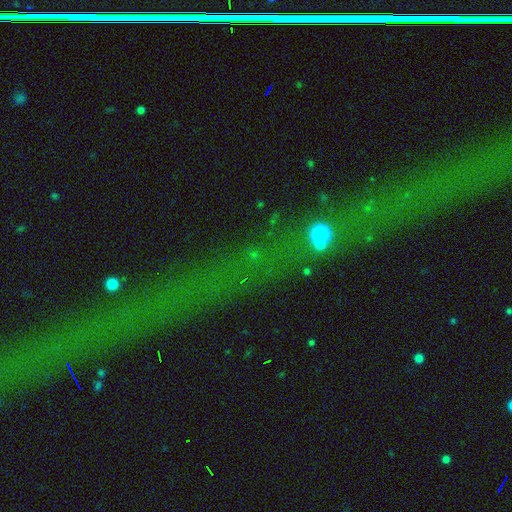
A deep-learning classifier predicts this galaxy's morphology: smooth-or-featured: star or artifact: 71% | featured or disk: 16% | smooth: 13%